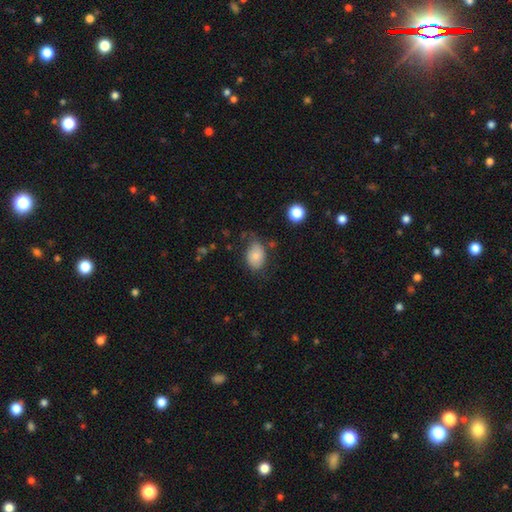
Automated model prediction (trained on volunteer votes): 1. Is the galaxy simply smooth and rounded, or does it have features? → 78% smooth, 13% featured or disk, 9% star or artifact.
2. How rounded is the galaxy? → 77% in between, 21% round, 1% cigar-shaped.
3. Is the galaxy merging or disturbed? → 55% none, 30% minor disturbance, 12% major disturbance, 3% merger.